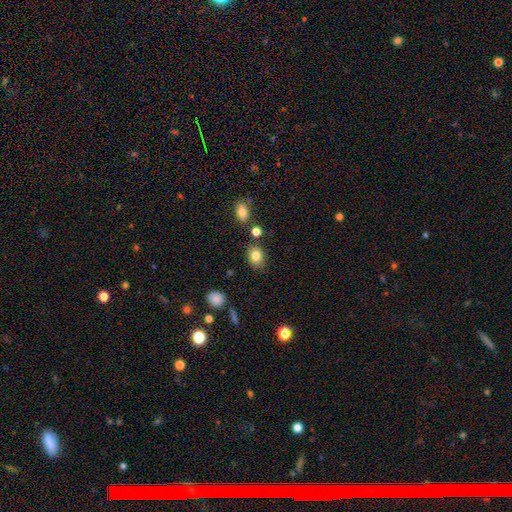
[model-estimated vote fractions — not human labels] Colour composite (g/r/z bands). It shows a smooth galaxy with no disk features (82%) that is in between round and cigar-shaped (57%). Merging: none (79%).